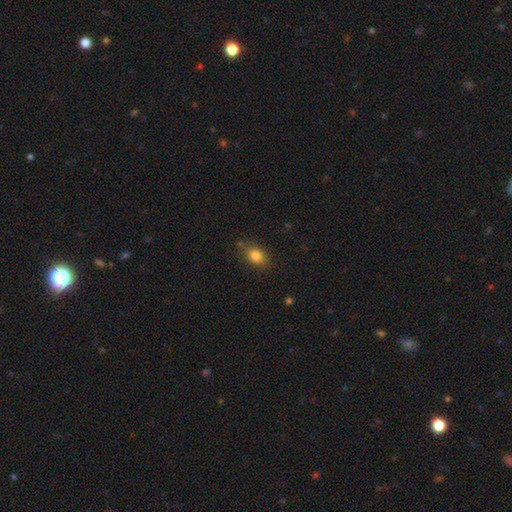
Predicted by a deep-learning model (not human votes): Q: Smooth or featured?
A: smooth (83%); runner-up: star or artifact (10%)
Q: How rounded?
A: in between (73%); runner-up: round (25%)
Q: Merging?
A: none (77%); runner-up: minor disturbance (16%)